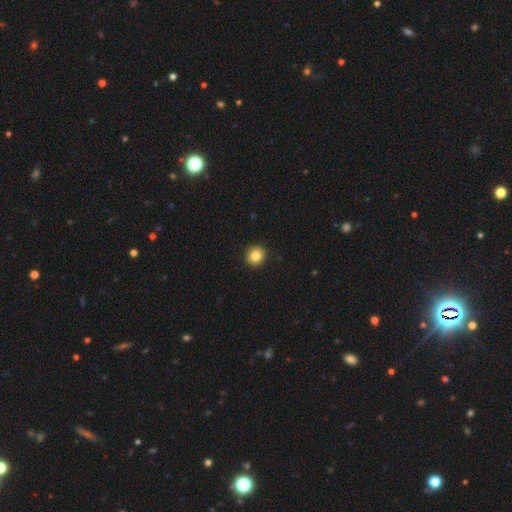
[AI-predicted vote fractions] Smooth or featured? smooth (84%)
How rounded? round (91%)
Merging? none (93%)